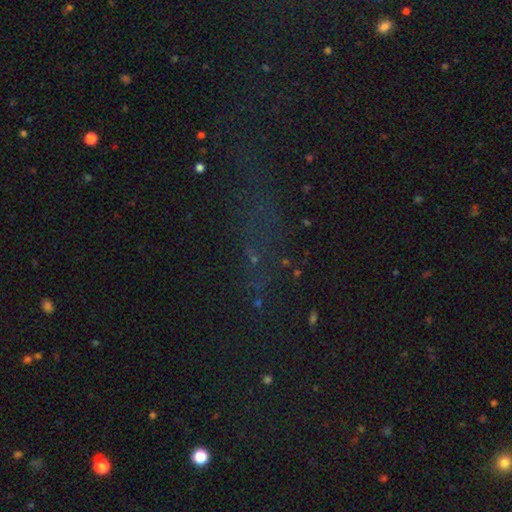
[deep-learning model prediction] smooth_or_featured: star or artifact (p=0.60) [alt: smooth p=0.23]